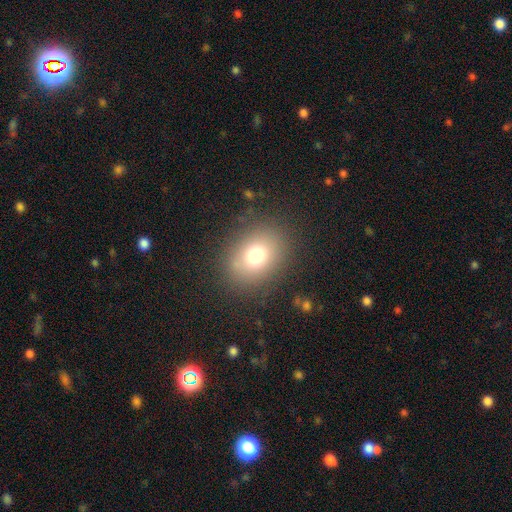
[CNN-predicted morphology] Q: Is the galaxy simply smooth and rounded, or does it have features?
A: smooth — 74%.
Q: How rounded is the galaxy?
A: round — 51%.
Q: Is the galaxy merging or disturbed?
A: none — 84%.